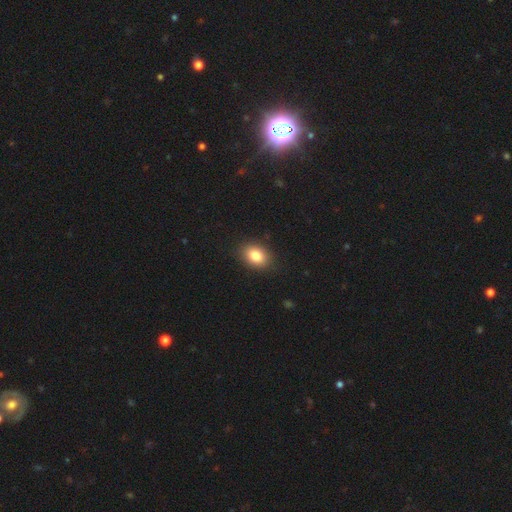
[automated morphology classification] Smooth or featured?
  - smooth: 84% *
  - star or artifact: 9%
  - featured or disk: 7%
How rounded?
  - in between: 76% *
  - round: 23%
  - cigar-shaped: 1%
Merging?
  - none: 87% *
  - minor disturbance: 9%
  - major disturbance: 2%
  - merger: 1%